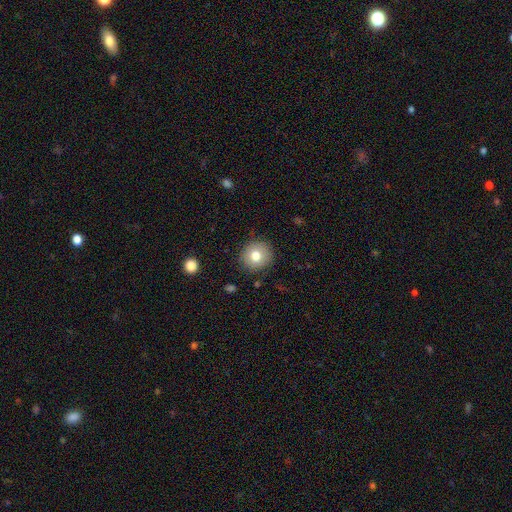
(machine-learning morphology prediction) This is likely a smooth galaxy (77%). How rounded: clearly round (89%). Merging: clearly none (88%).